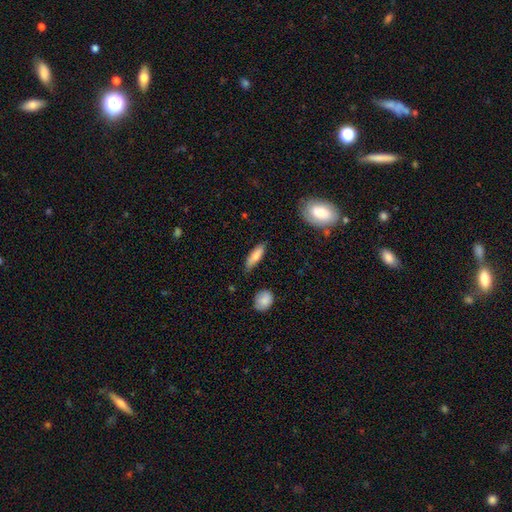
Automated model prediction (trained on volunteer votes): Smooth or featured: smooth — 79% (featured or disk — 15%)
How rounded: cigar-shaped — 56% (in between — 42%)
Merging: none — 74% (minor disturbance — 20%)